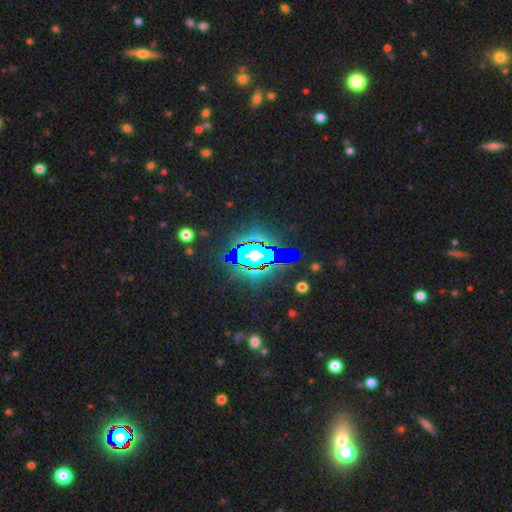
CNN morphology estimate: Smooth or featured? Predicted: star or artifact (p=0.83).